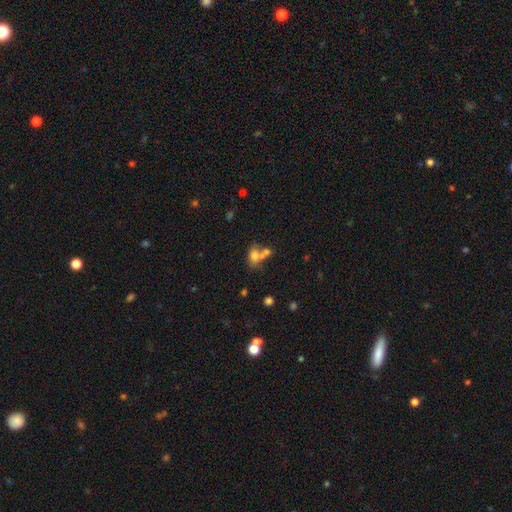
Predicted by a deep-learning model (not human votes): A smooth galaxy with no disk features (71%) that is in between round and cigar-shaped (75%).

Vote fractions:
- Smooth or featured? smooth: 71% / featured or disk: 15% / star or artifact: 13%
- How rounded? in between: 75% / round: 22% / cigar-shaped: 2%
- Merging? merger: 49% / none: 33% / minor disturbance: 11% / major disturbance: 7%